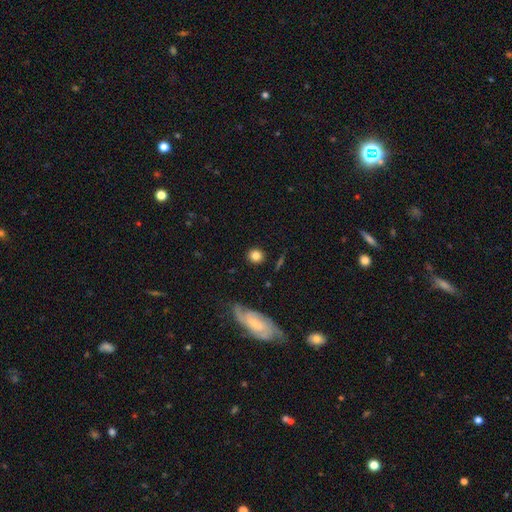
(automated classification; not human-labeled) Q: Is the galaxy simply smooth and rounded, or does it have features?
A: smooth — 81%.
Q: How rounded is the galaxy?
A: round — 86%.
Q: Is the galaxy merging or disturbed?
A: none — 86%.